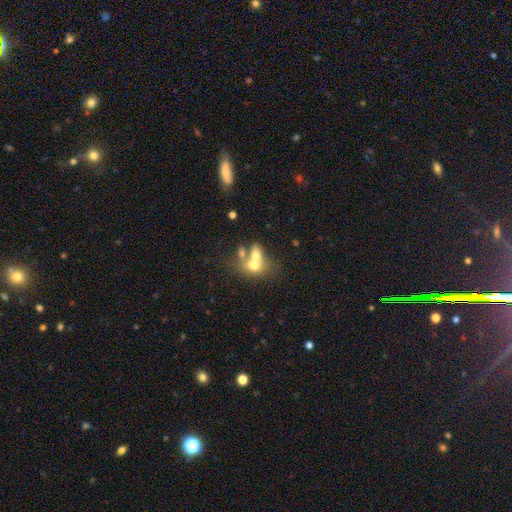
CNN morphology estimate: type=smooth (62%); roundness=in between (65%); merging=merger (66%).